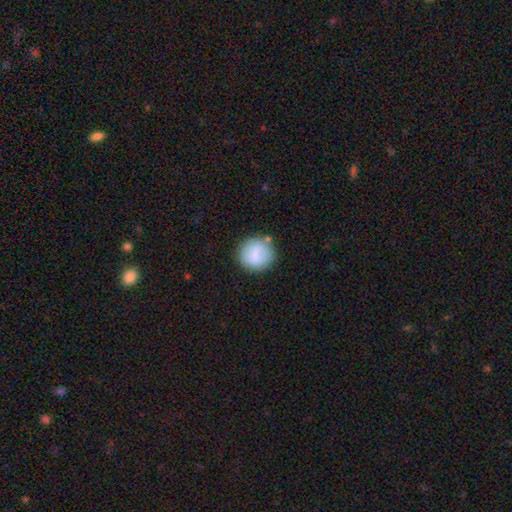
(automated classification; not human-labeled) smooth-or-featured: smooth: 78% | featured or disk: 15% | star or artifact: 7%
  how-rounded: round: 91% | in between: 8% | cigar-shaped: 1%
  merging: none: 78% | minor disturbance: 13% | merger: 5% | major disturbance: 4%